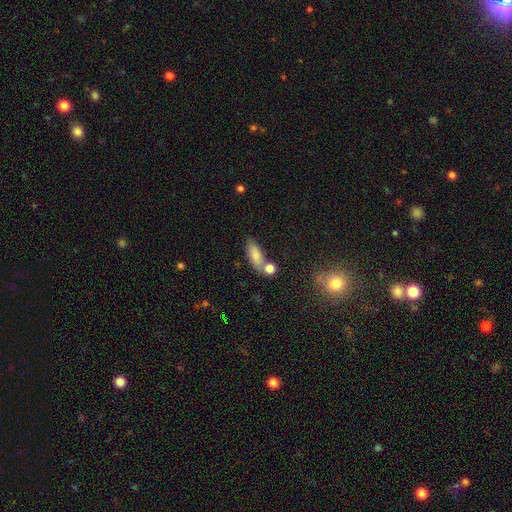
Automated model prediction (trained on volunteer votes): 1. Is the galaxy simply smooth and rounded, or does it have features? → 79% smooth, 12% featured or disk, 9% star or artifact.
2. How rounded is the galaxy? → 70% in between, 25% cigar-shaped, 5% round.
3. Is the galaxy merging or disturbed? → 55% none, 23% merger, 16% minor disturbance, 5% major disturbance.